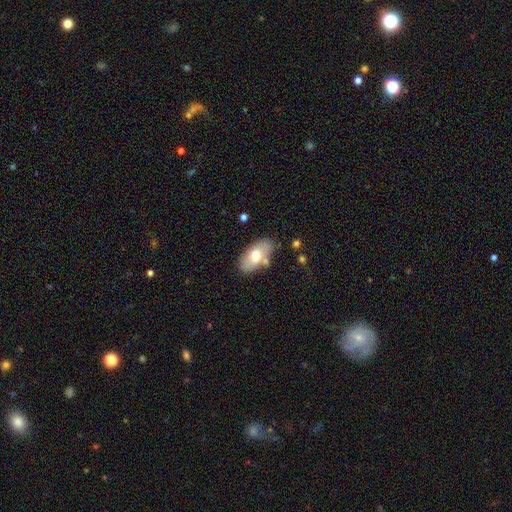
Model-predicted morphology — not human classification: Overall: smooth (67%). How rounded: in between (93%). Merging: none (76%).